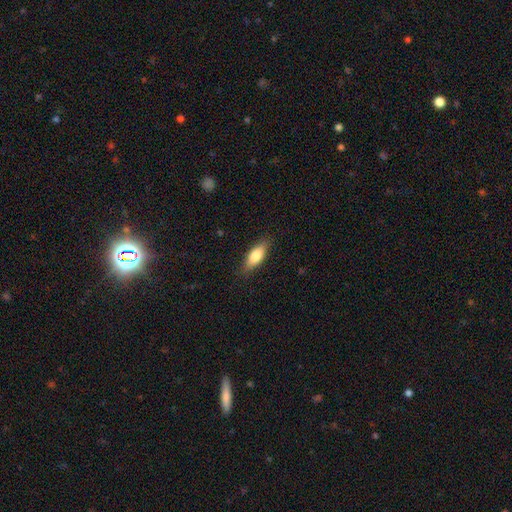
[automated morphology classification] type=smooth (79%); roundness=in between (72%); merging=none (85%).